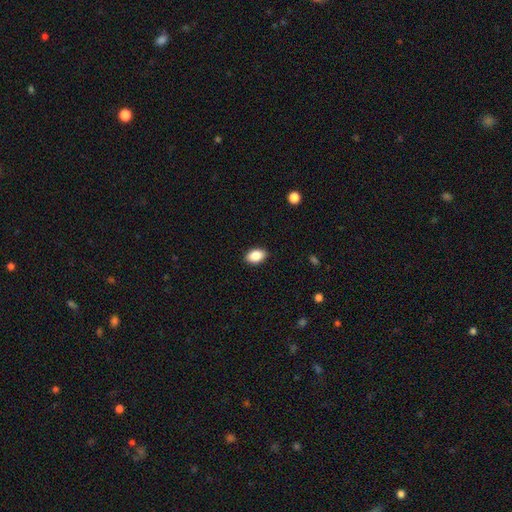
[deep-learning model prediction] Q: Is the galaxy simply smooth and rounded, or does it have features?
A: smooth — 87%.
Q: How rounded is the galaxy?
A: in between — 89%.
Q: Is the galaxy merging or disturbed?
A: none — 89%.